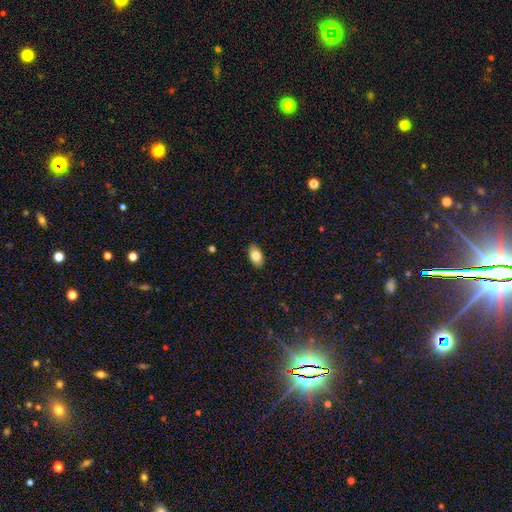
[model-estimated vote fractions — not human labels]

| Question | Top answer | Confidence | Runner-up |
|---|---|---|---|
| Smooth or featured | smooth | 80% | featured or disk (12%) |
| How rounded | in between | 90% | round (8%) |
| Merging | none | 88% | minor disturbance (9%) |